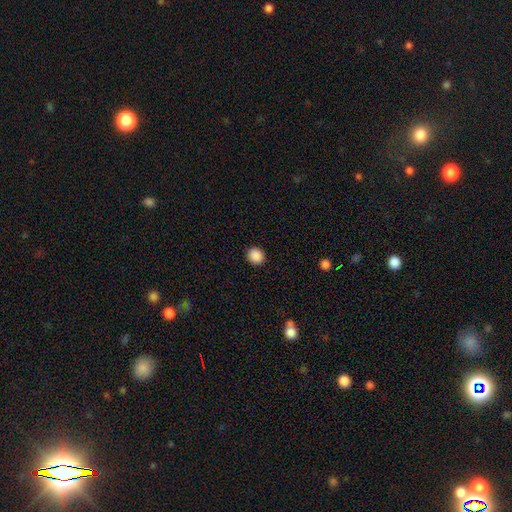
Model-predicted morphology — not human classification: smooth-or-featured: smooth: 89% | star or artifact: 9% | featured or disk: 2%
  how-rounded: round: 84% | in between: 15% | cigar-shaped: 1%
  merging: none: 92% | minor disturbance: 5% | major disturbance: 2% | merger: 1%